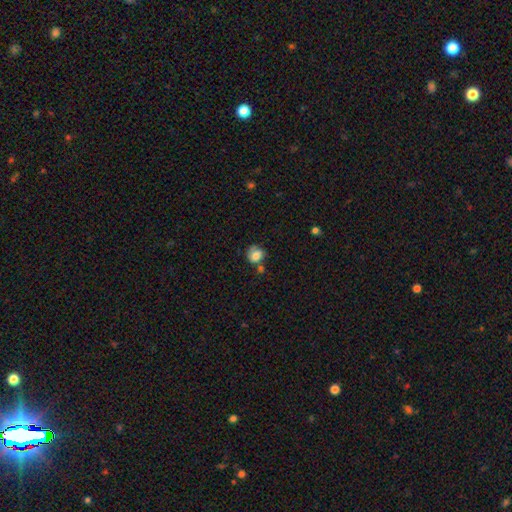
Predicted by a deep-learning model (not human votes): Smooth or featured?
  - smooth: 72% *
  - featured or disk: 19%
  - star or artifact: 9%
How rounded?
  - round: 72% *
  - in between: 27%
  - cigar-shaped: 1%
Merging?
  - none: 47% *
  - minor disturbance: 27%
  - merger: 15%
  - major disturbance: 11%